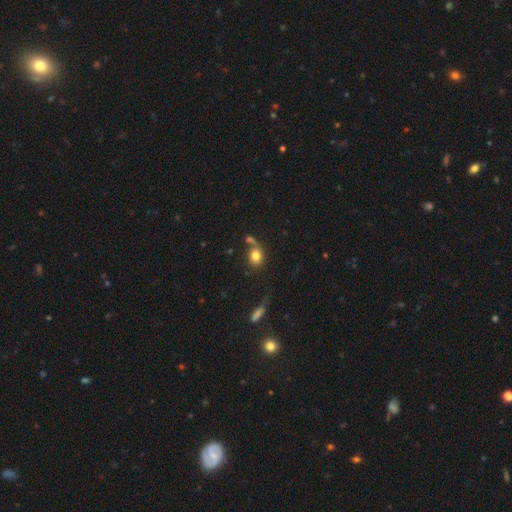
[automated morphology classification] smooth_or_featured: smooth (p=0.79) [alt: featured or disk p=0.11]
how_rounded: round (p=0.70) [alt: in between p=0.28]
merging: none (p=0.55) [alt: merger p=0.22]